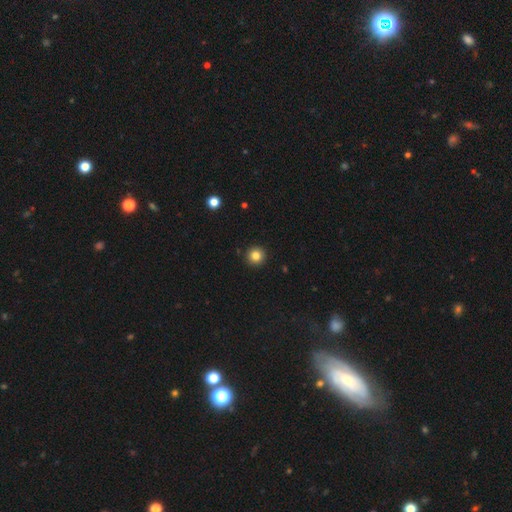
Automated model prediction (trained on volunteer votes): smooth_or_featured: smooth (p=0.83) [alt: star or artifact p=0.11]
how_rounded: round (p=0.96) [alt: in between p=0.03]
merging: none (p=0.93) [alt: minor disturbance p=0.04]